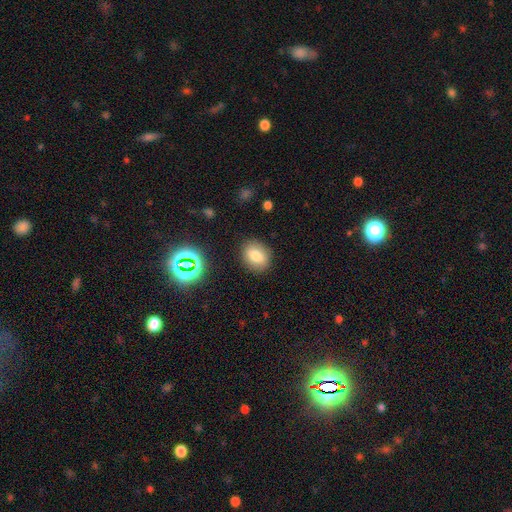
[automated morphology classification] Q: Smooth or featured?
A: smooth (76%); runner-up: star or artifact (13%)
Q: How rounded?
A: in between (54%); runner-up: round (45%)
Q: Merging?
A: none (85%); runner-up: minor disturbance (10%)